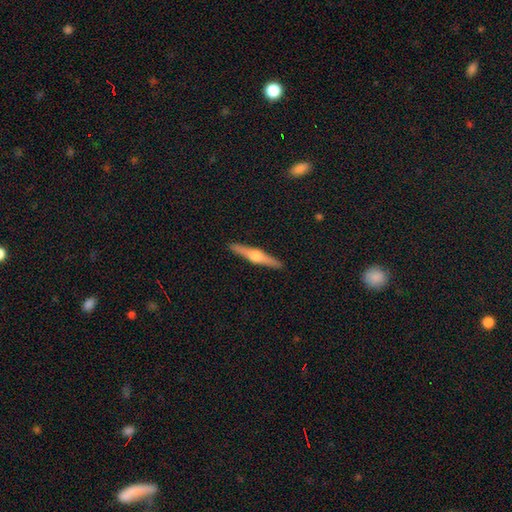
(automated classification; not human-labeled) Smooth or featured? featured or disk (73%)
Edge-on disk? yes (98%)
Edge-on bulge? rounded (95%)
Merging? none (92%)